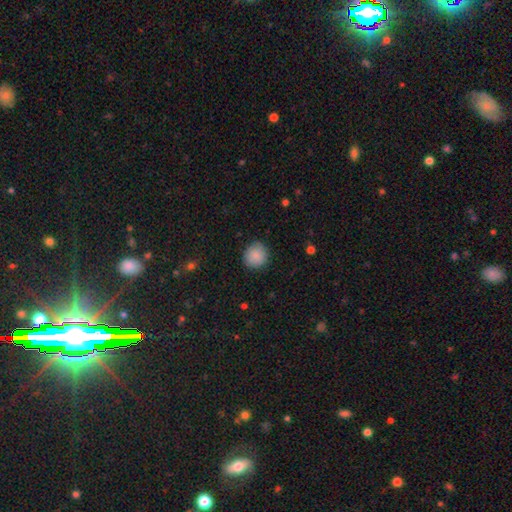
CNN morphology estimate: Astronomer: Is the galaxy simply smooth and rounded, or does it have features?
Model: smooth — 88%.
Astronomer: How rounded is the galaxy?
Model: round — 91%.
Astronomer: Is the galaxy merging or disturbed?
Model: none — 87%.